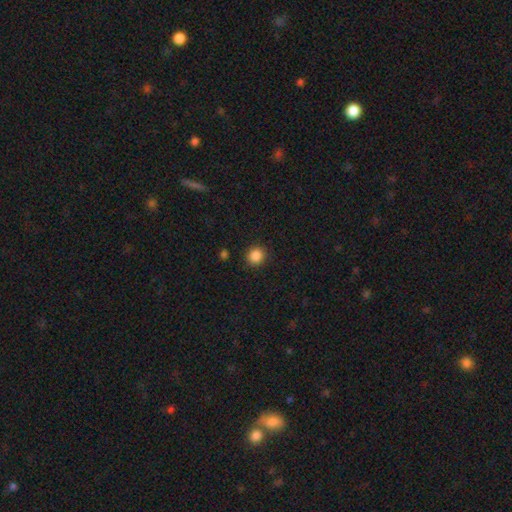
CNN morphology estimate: A smooth galaxy with no disk features (86%) that is round (88%).

Vote fractions:
- Smooth or featured? smooth: 86% / star or artifact: 11% / featured or disk: 3%
- How rounded? round: 88% / in between: 11% / cigar-shaped: 1%
- Merging? none: 91% / minor disturbance: 6% / major disturbance: 2% / merger: 1%